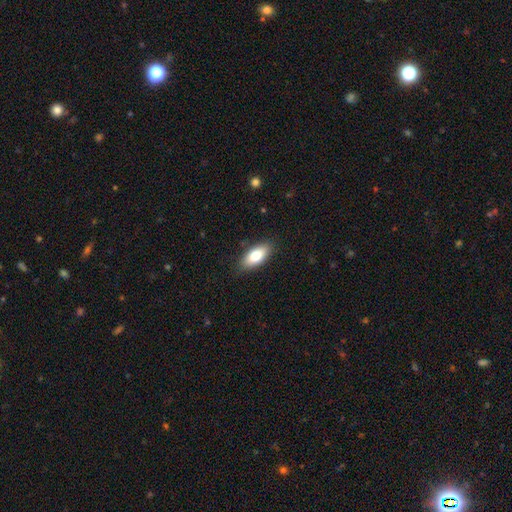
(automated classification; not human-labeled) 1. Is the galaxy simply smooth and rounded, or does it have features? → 77% smooth, 16% featured or disk, 7% star or artifact.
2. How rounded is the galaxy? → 86% in between, 12% cigar-shaped, 3% round.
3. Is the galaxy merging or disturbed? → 87% none, 10% minor disturbance, 2% major disturbance, 1% merger.